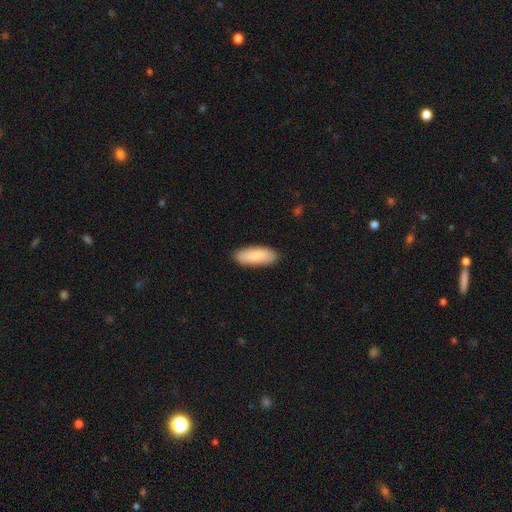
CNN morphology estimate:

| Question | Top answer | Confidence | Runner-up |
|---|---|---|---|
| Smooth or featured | smooth | 82% | featured or disk (13%) |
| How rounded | in between | 75% | cigar-shaped (23%) |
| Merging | none | 88% | minor disturbance (9%) |